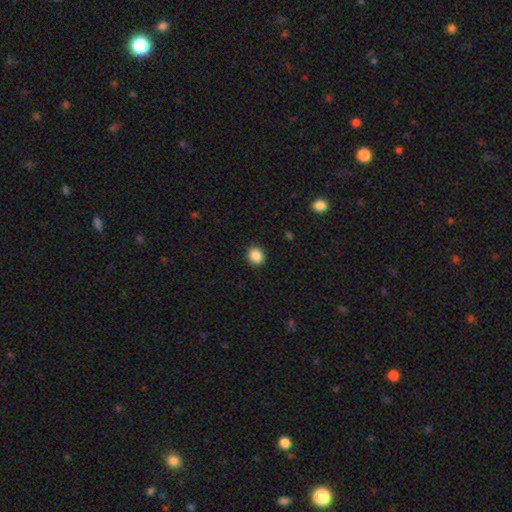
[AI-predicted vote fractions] This appears to be a smooth galaxy with no disk features (88%) that is round (82%). Merging: none (92%).